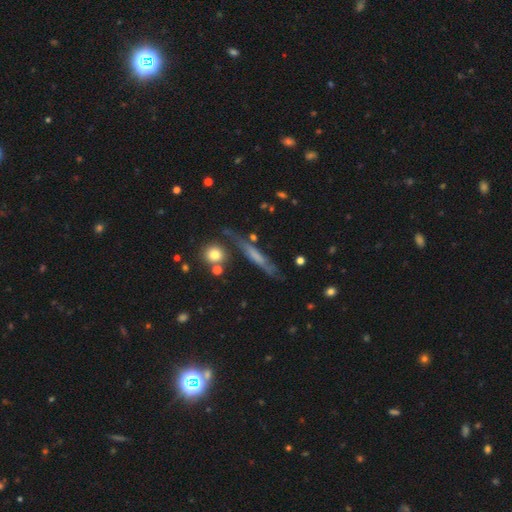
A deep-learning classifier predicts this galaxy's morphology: smooth-or-featured: featured or disk: 48% | smooth: 43% | star or artifact: 9%
  merging: none: 67% | minor disturbance: 21% | major disturbance: 7% | merger: 5%